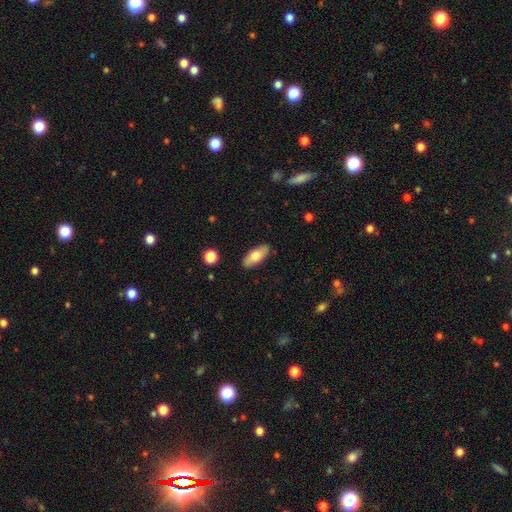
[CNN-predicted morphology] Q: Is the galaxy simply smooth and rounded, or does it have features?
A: smooth — 69%.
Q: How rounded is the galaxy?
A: in between — 80%.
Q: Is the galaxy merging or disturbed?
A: none — 87%.